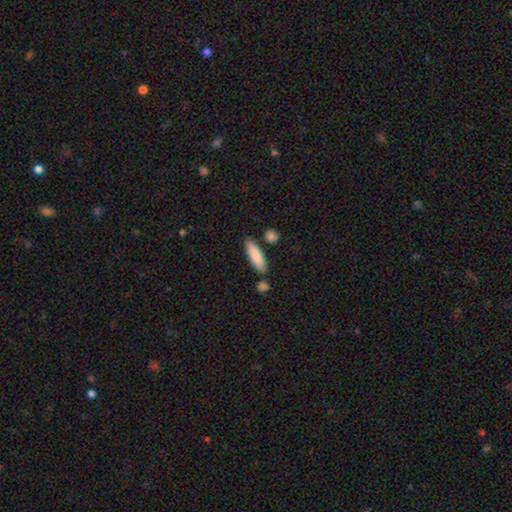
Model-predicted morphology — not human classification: Smooth or featured? Predicted: smooth (p=0.85). How rounded? Predicted: cigar-shaped (p=0.59). Merging? Predicted: none (p=0.81).